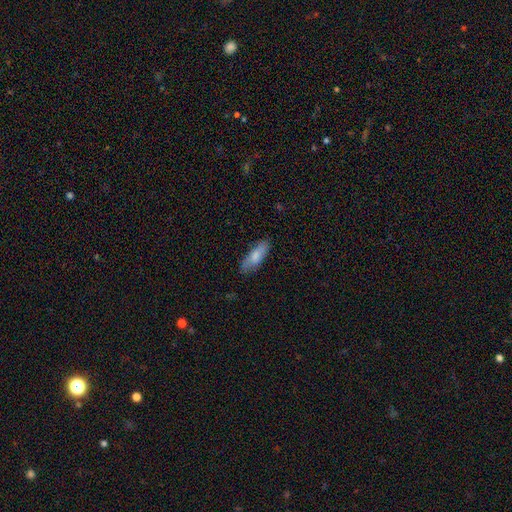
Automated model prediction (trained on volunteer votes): Smooth or featured? Predicted: smooth (p=0.76). How rounded? Predicted: in between (p=0.63). Merging? Predicted: none (p=0.78).